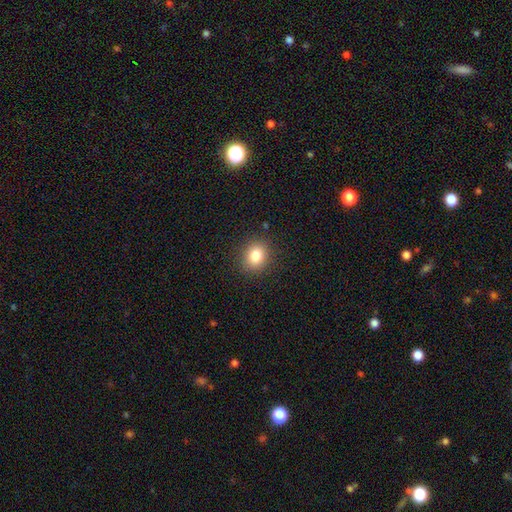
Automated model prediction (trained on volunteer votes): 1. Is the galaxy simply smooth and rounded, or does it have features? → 82% smooth, 11% star or artifact, 7% featured or disk.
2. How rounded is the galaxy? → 65% round, 34% in between, 1% cigar-shaped.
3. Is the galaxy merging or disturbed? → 88% none, 8% minor disturbance, 3% major disturbance, 1% merger.